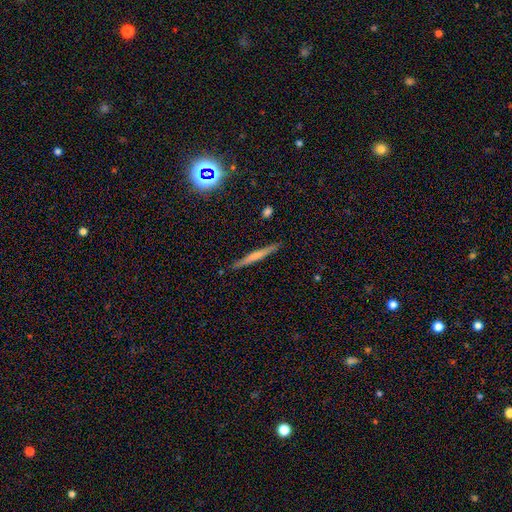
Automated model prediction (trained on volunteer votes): Morphology: type=smooth (47%); merging=none (90%).